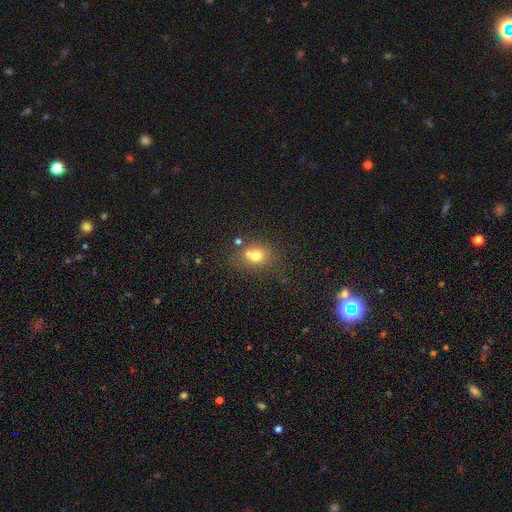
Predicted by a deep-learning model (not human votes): This appears to be a smooth galaxy with no disk features (69%) that is round (67%). Merging: none (45%).